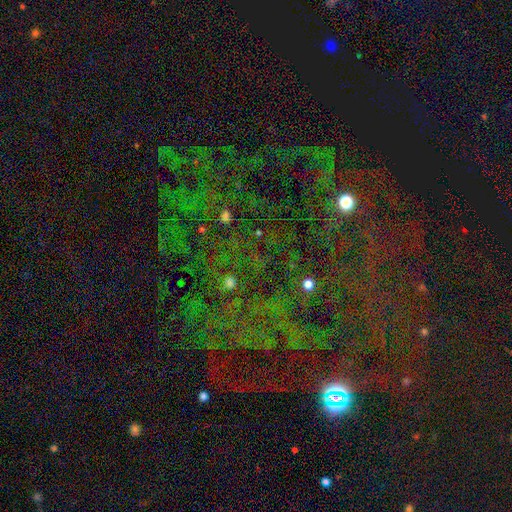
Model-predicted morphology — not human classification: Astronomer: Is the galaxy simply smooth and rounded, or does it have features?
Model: star or artifact — 72%.